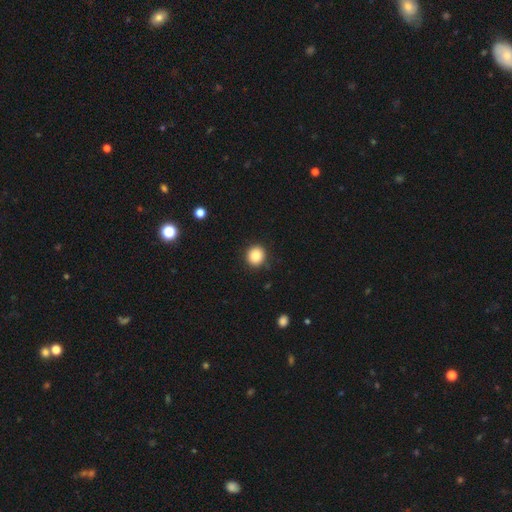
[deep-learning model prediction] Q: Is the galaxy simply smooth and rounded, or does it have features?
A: smooth — 85%.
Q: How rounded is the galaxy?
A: round — 90%.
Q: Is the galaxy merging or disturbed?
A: none — 90%.